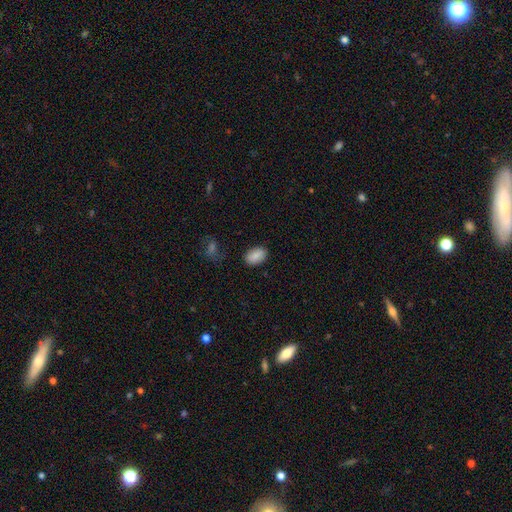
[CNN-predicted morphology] Q: Smooth or featured?
A: smooth (85%); runner-up: star or artifact (8%)
Q: How rounded?
A: in between (87%); runner-up: round (11%)
Q: Merging?
A: none (84%); runner-up: minor disturbance (12%)